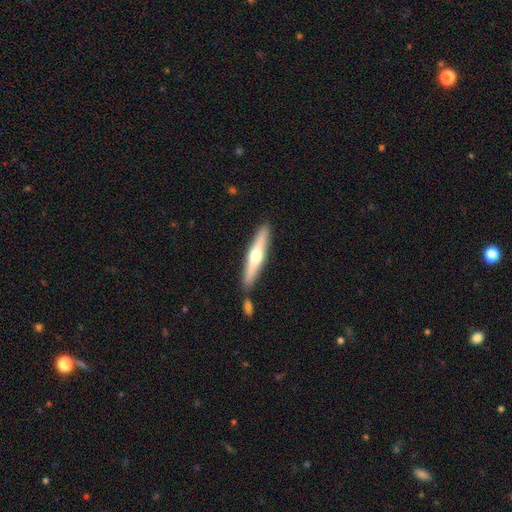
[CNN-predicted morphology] Q: Smooth or featured?
A: featured or disk (54%); runner-up: smooth (42%)
Q: Edge-on disk?
A: yes (94%); runner-up: no (6%)
Q: Edge-on bulge?
A: rounded (90%); runner-up: none (7%)
Q: Merging?
A: none (81%); runner-up: minor disturbance (9%)